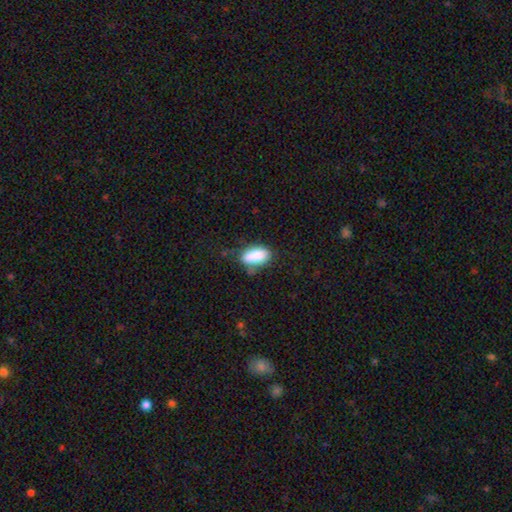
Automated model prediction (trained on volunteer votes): smooth_or_featured: smooth (p=0.83) [alt: featured or disk p=0.10]
how_rounded: in between (p=0.87) [alt: cigar-shaped p=0.08]
merging: none (p=0.57) [alt: minor disturbance p=0.28]